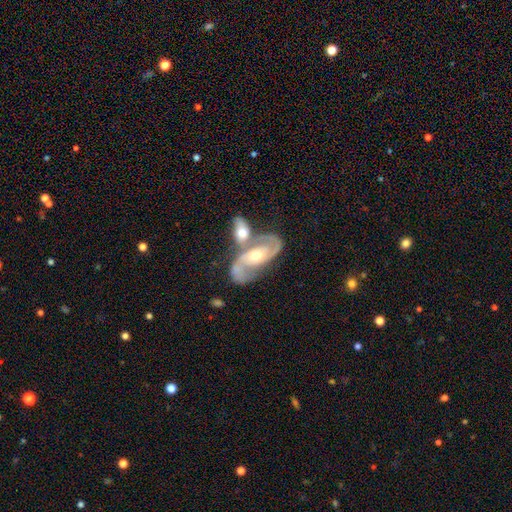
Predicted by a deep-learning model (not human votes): featured or disk 85%, smooth 10%, star or artifact 5%. Down the decision tree: edge-on disk — no (95%); bar — no (48%); spiral arms — yes (94%); spiral arm count — 2 (87%); spiral winding — medium (51%); bulge size — moderate (70%); merging — merger (48%).